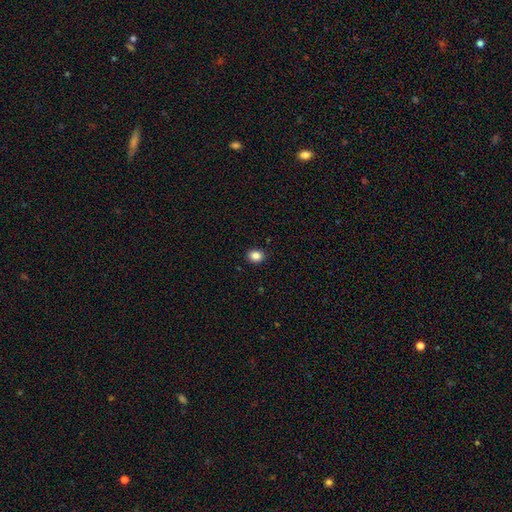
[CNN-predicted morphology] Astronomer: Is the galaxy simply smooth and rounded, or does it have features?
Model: smooth — 86%.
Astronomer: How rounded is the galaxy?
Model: round — 55% (runner-up: in between, 44%).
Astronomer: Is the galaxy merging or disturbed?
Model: none — 89%.